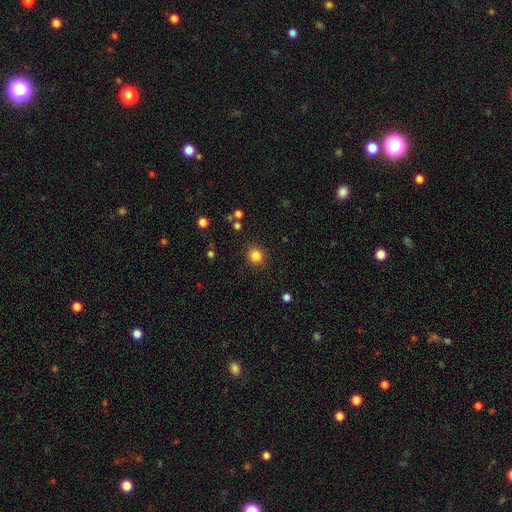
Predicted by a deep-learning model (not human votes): Q: Smooth or featured?
A: smooth (84%); runner-up: star or artifact (11%)
Q: How rounded?
A: round (84%); runner-up: in between (15%)
Q: Merging?
A: none (89%); runner-up: minor disturbance (7%)